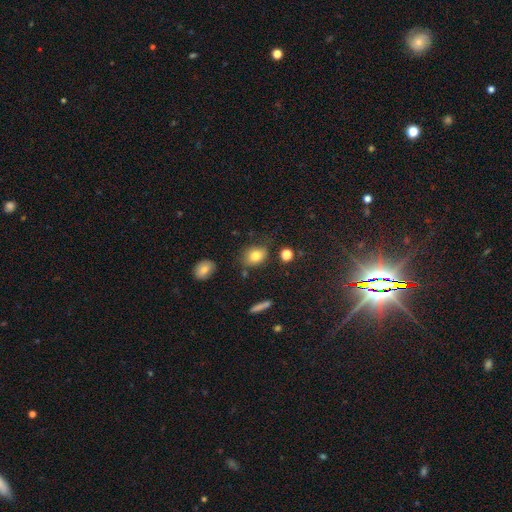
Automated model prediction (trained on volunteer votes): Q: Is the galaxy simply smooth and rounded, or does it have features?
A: smooth — 80%.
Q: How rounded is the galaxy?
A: in between — 65%.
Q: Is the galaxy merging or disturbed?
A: none — 69%.